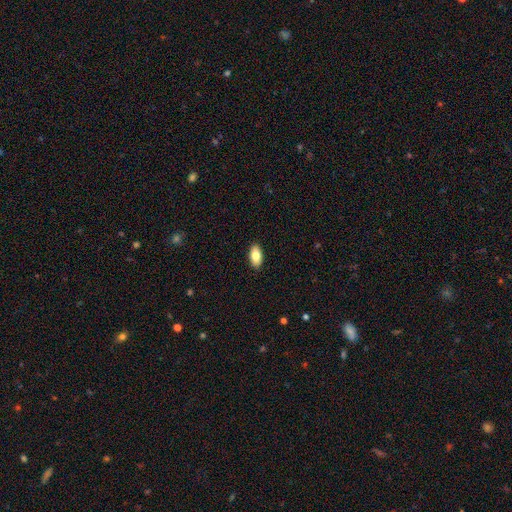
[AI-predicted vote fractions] A smooth galaxy with no disk features (79%) that is in between round and cigar-shaped (93%).

Vote fractions:
- Smooth or featured? smooth: 79% / featured or disk: 14% / star or artifact: 7%
- How rounded? in between: 93% / cigar-shaped: 4% / round: 3%
- Merging? none: 90% / minor disturbance: 7% / major disturbance: 2% / merger: 1%